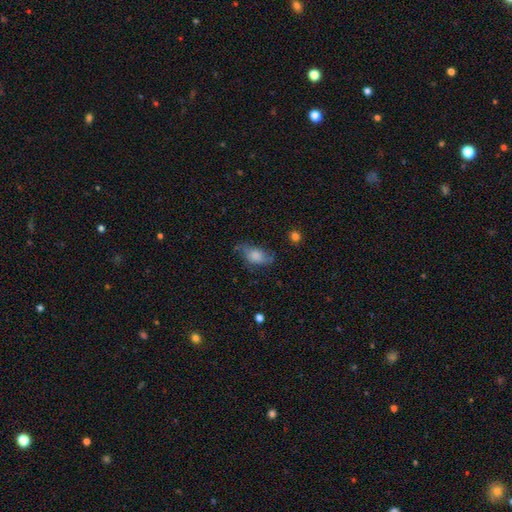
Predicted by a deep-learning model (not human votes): smooth-or-featured: smooth: 60% | featured or disk: 31% | star or artifact: 9%
  how-rounded: in between: 87% | round: 8% | cigar-shaped: 5%
  merging: none: 55% | minor disturbance: 28% | major disturbance: 14% | merger: 2%